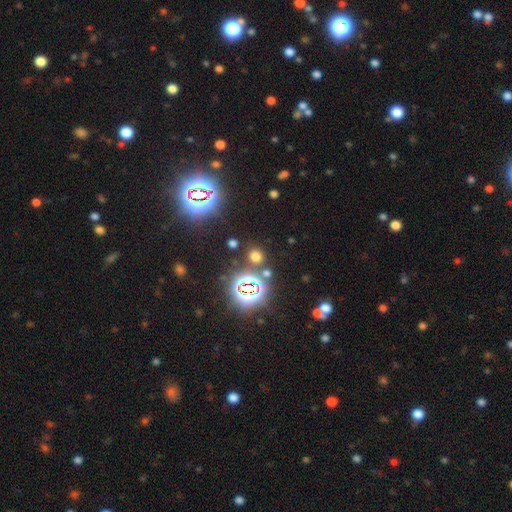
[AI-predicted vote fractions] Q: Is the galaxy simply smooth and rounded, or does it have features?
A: smooth — 53%.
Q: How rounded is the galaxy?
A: round — 77%.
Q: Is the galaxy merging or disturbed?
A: none — 83%.